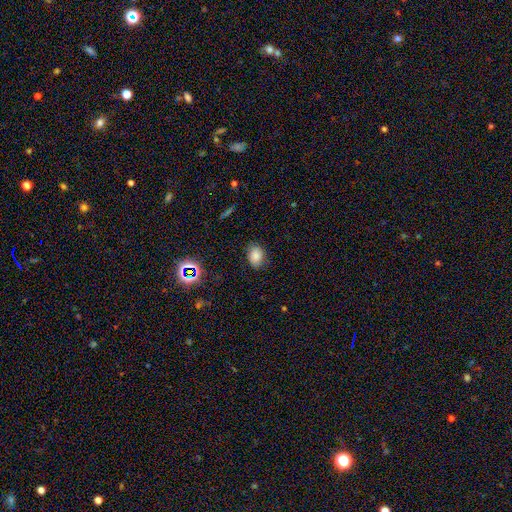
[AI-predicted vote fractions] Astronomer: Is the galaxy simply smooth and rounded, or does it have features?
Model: smooth — 81%.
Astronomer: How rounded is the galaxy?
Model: in between — 70%.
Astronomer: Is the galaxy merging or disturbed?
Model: none — 80%.